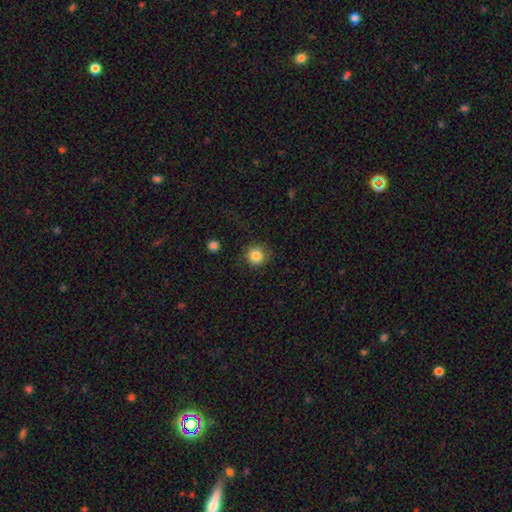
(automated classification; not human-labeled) The model was most divided on "merging": none: 84%, minor disturbance: 11%, major disturbance: 4%, merger: 2%. More confident: how rounded — round (93%); smooth or featured — smooth (84%).